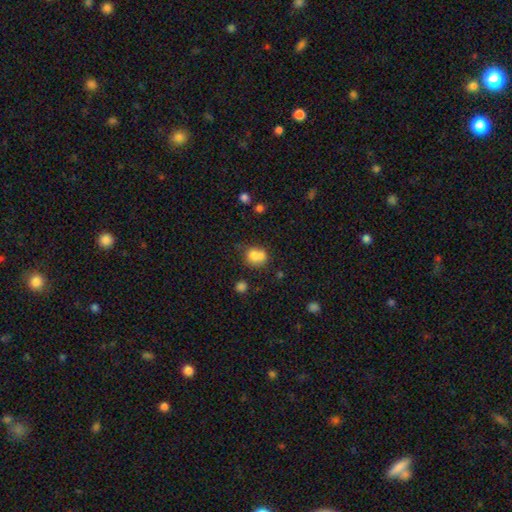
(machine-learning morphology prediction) This is likely a smooth galaxy (74%). How rounded: likely round (66%). Merging: possibly merger (51%).